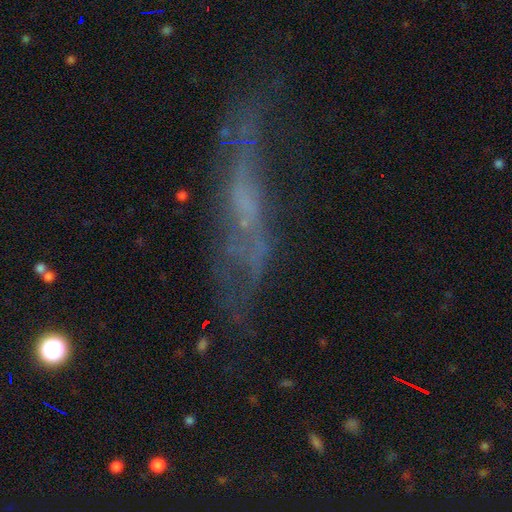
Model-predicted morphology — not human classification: featured or disk 54%, smooth 26%, star or artifact 20%. Down the decision tree: edge-on disk — no (70%); merging — none (47%).